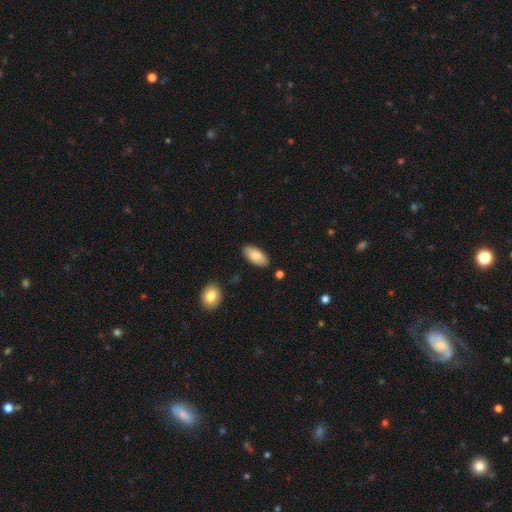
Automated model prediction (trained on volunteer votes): Q: Smooth or featured?
A: smooth (81%); runner-up: featured or disk (13%)
Q: How rounded?
A: in between (93%); runner-up: cigar-shaped (5%)
Q: Merging?
A: none (86%); runner-up: minor disturbance (9%)